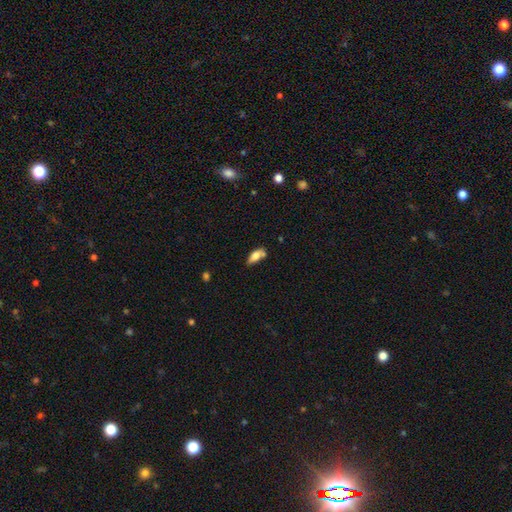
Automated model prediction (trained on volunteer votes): Smooth or featured? smooth (73%)
How rounded? in between (82%)
Merging? none (49%)